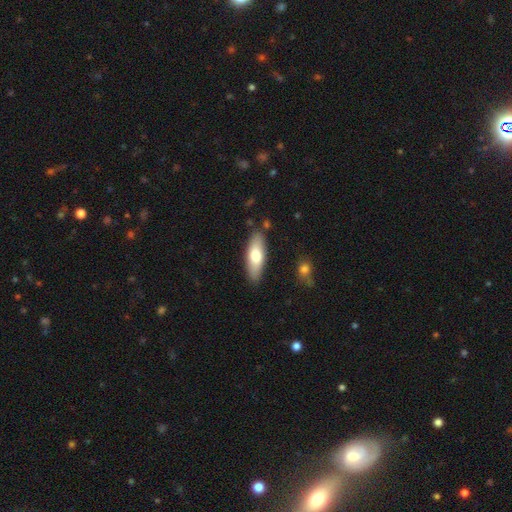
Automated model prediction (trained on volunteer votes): A smooth galaxy with no disk features (70%) that is in between round and cigar-shaped (59%). Merging: none (85%).